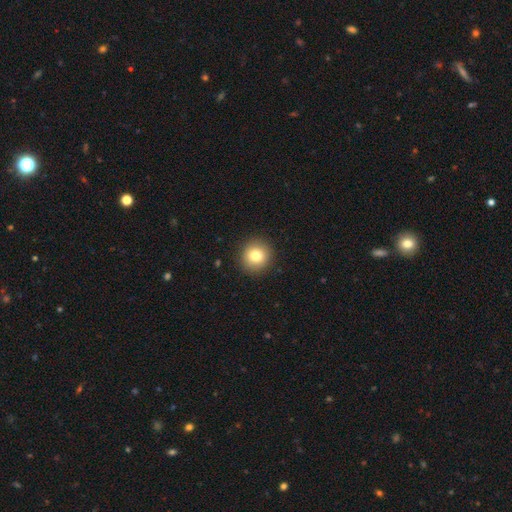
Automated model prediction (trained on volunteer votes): smooth_or_featured: smooth (p=0.81) [alt: star or artifact p=0.10]
how_rounded: round (p=0.91) [alt: in between p=0.08]
merging: none (p=0.91) [alt: minor disturbance p=0.06]